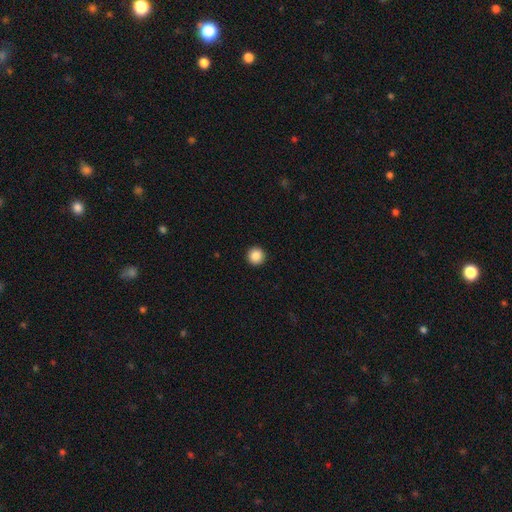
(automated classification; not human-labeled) smooth 87%, star or artifact 9%, featured or disk 4%. Down the decision tree: how rounded — round (96%); merging — none (94%).